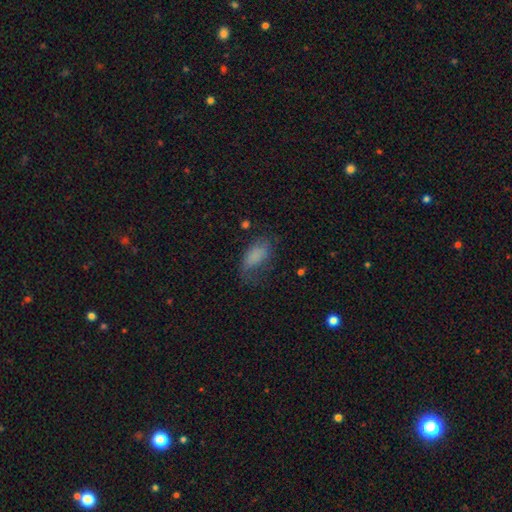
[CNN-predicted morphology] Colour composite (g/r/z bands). It shows a smooth galaxy with no disk features (74%) that is in between round and cigar-shaped (90%). Merging: none (45%).